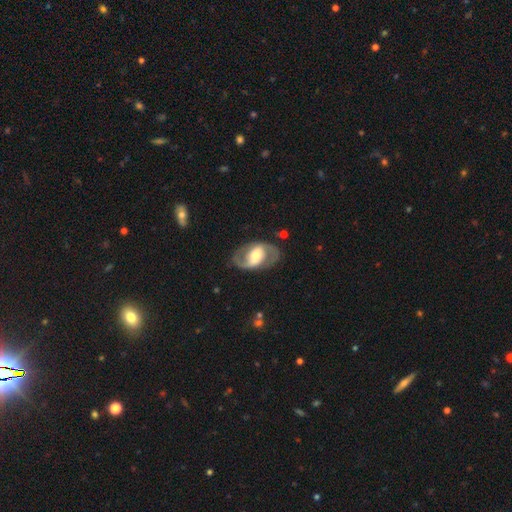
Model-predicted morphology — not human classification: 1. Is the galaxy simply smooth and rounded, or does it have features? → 82% featured or disk, 13% smooth, 5% star or artifact.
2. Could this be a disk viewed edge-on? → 96% no, 4% yes.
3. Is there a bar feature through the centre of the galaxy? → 41% weak, 32% strong, 27% no.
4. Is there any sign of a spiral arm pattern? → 89% yes, 11% no.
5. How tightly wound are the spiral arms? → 51% medium, 31% loose, 18% tight.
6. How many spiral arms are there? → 91% 2, 4% can't tell, 2% 1, 1% 3, 1% 4, 1% more than 4.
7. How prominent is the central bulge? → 53% moderate, 29% large, 13% small, 3% dominant, 2% none.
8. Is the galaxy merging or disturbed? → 80% none, 12% minor disturbance, 6% major disturbance, 1% merger.